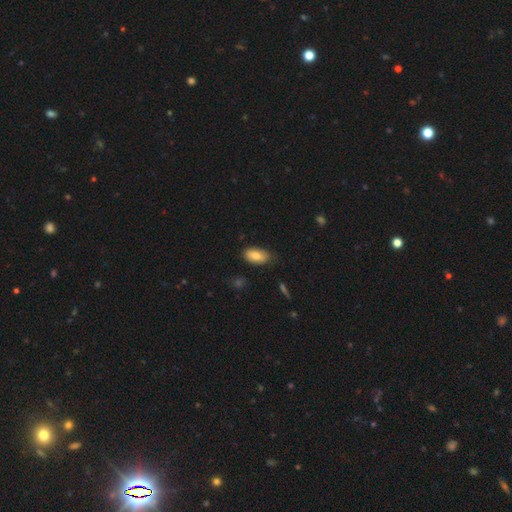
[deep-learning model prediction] This is clearly a smooth galaxy (82%). How rounded: clearly in between (92%). Merging: likely none (75%).